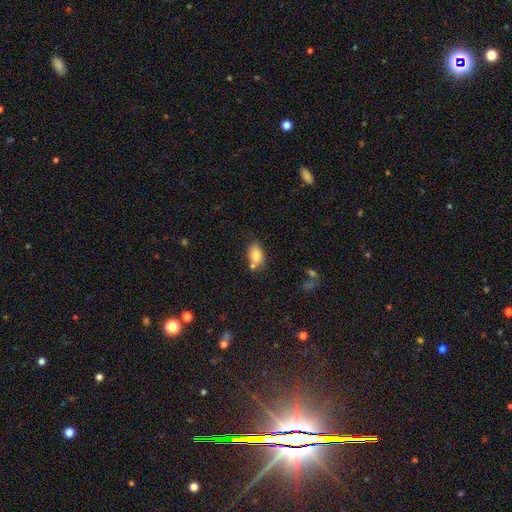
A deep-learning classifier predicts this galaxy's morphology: smooth-or-featured: smooth: 84% | star or artifact: 9% | featured or disk: 8%
  how-rounded: in between: 88% | round: 10% | cigar-shaped: 2%
  merging: none: 59% | merger: 18% | minor disturbance: 17% | major disturbance: 5%